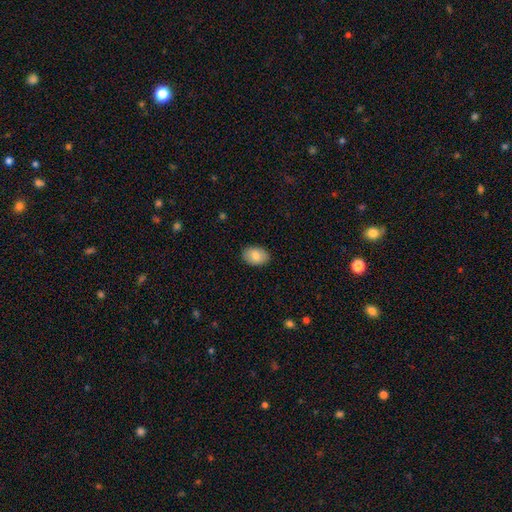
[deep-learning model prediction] This is clearly a smooth galaxy (82%). How rounded: clearly in between (84%). Merging: clearly none (88%).